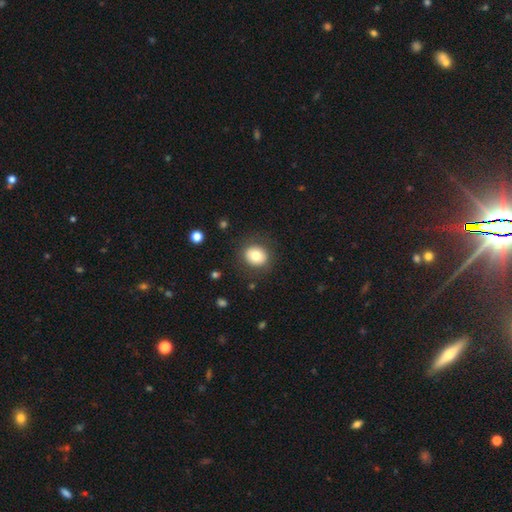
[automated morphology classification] The model was most divided on "how rounded": round: 71%, in between: 28%, cigar-shaped: 1%. More confident: merging — none (85%); smooth or featured — smooth (78%).